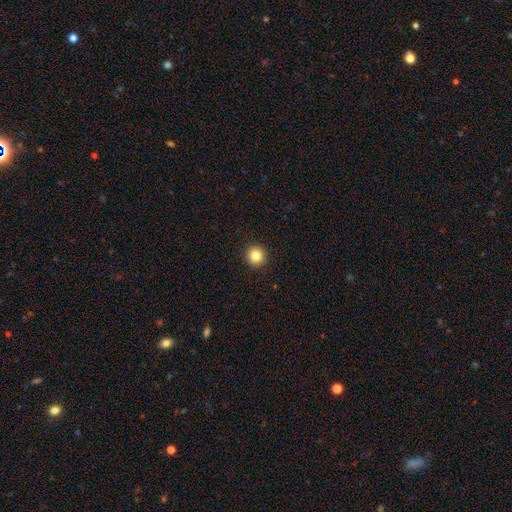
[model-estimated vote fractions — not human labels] Smooth or featured?
  - smooth: 84% *
  - star or artifact: 11%
  - featured or disk: 5%
How rounded?
  - round: 95% *
  - in between: 4%
  - cigar-shaped: 1%
Merging?
  - none: 93% *
  - minor disturbance: 4%
  - major disturbance: 1%
  - merger: 1%